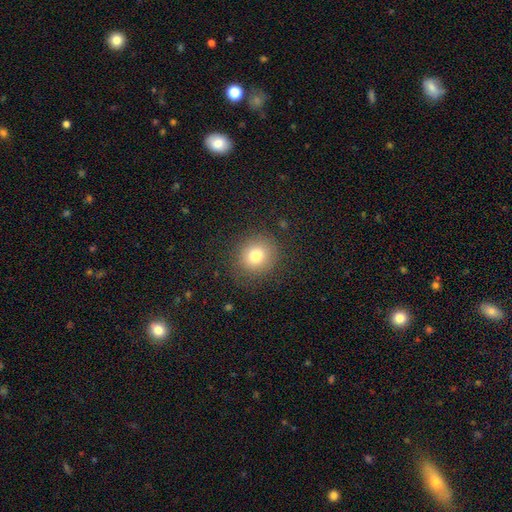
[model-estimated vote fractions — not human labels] The model was most divided on "smooth or featured": smooth: 78%, star or artifact: 12%, featured or disk: 9%. More confident: how rounded — round (87%); merging — none (85%).